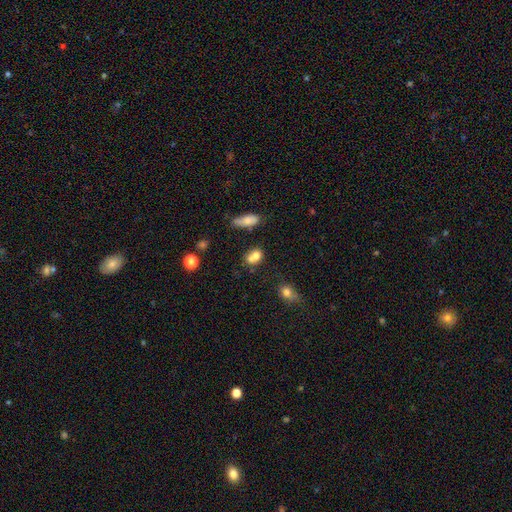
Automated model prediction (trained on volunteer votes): Q: Smooth or featured?
A: smooth (73%); runner-up: featured or disk (14%)
Q: How rounded?
A: in between (54%); runner-up: round (43%)
Q: Merging?
A: none (38%); tied with: merger (38%)